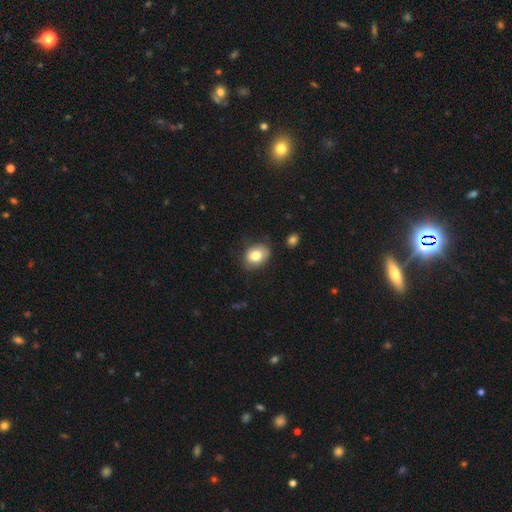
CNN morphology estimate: smooth-or-featured: smooth: 80% | featured or disk: 12% | star or artifact: 8%
  how-rounded: in between: 65% | round: 34% | cigar-shaped: 1%
  merging: none: 75% | minor disturbance: 19% | major disturbance: 4% | merger: 2%